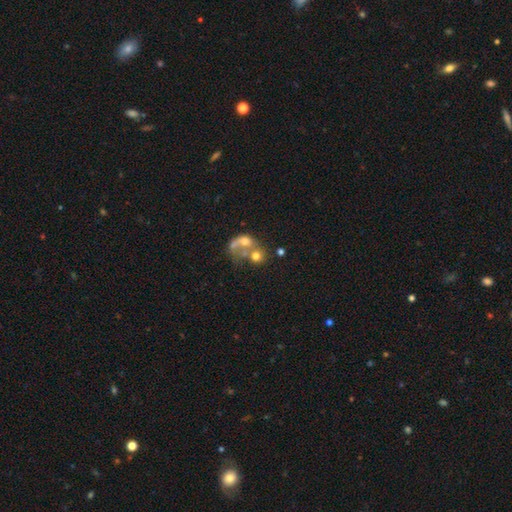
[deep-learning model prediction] Q: Smooth or featured?
A: smooth (53%); runner-up: featured or disk (34%)
Q: How rounded?
A: round (64%); runner-up: in between (35%)
Q: Merging?
A: merger (59%); runner-up: none (18%)